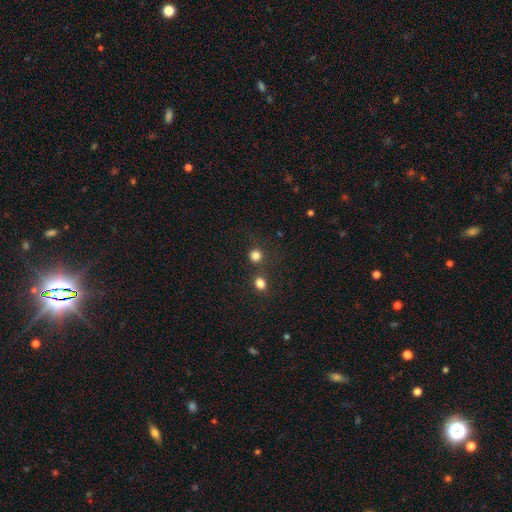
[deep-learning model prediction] Morphology: type=smooth (79%); roundness=round (90%); merging=none (70%).